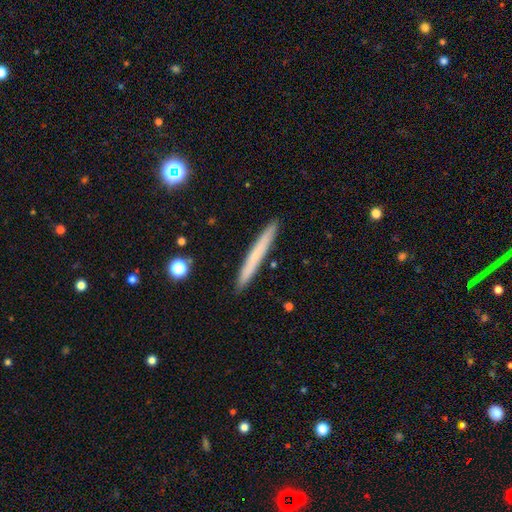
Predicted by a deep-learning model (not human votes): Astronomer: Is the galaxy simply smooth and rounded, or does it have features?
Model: smooth — 58% (runner-up: featured or disk, 35%).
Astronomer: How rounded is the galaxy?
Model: cigar-shaped — 97%.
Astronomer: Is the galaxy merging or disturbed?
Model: none — 92%.